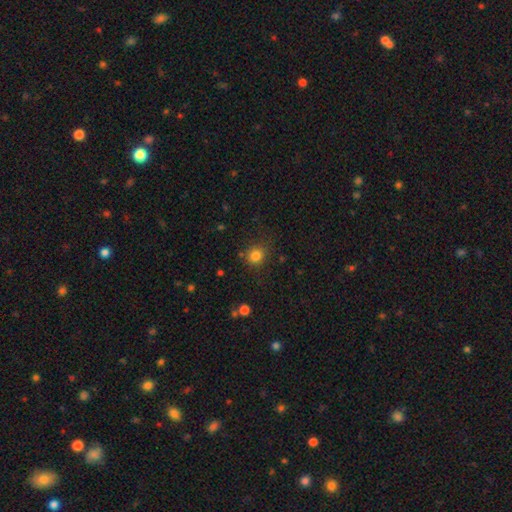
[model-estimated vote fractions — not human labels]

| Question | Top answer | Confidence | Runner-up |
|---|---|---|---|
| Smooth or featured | smooth | 82% | star or artifact (13%) |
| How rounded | round | 83% | in between (16%) |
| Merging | none | 79% | minor disturbance (13%) |